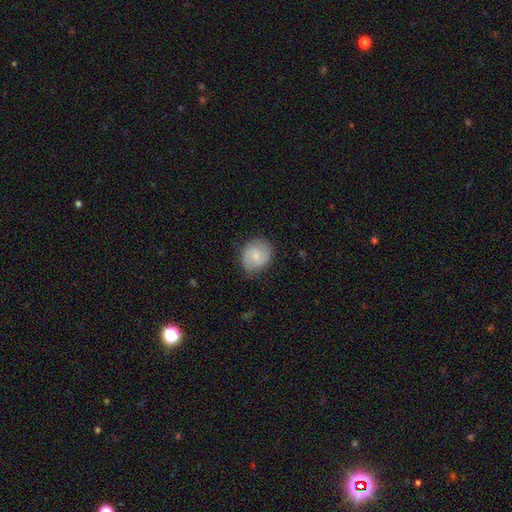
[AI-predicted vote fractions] This appears to be a smooth galaxy with no disk features (61%) that is round (69%). Merging: none (76%).